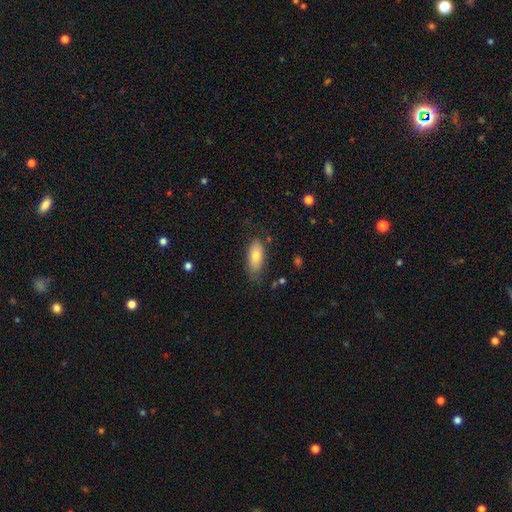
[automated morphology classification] Smooth or featured?
  - smooth: 75% *
  - featured or disk: 18%
  - star or artifact: 7%
How rounded?
  - in between: 82% *
  - cigar-shaped: 15%
  - round: 3%
Merging?
  - none: 72% *
  - minor disturbance: 21%
  - major disturbance: 6%
  - merger: 2%